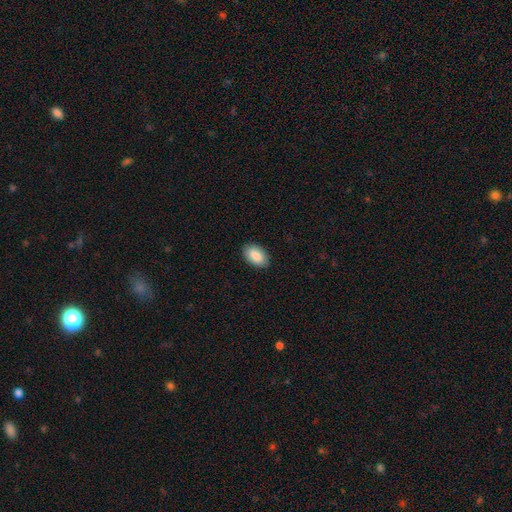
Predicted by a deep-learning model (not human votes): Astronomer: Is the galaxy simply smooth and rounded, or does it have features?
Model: smooth — 87%.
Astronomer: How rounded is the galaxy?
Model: in between — 94%.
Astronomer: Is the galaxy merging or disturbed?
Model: none — 88%.